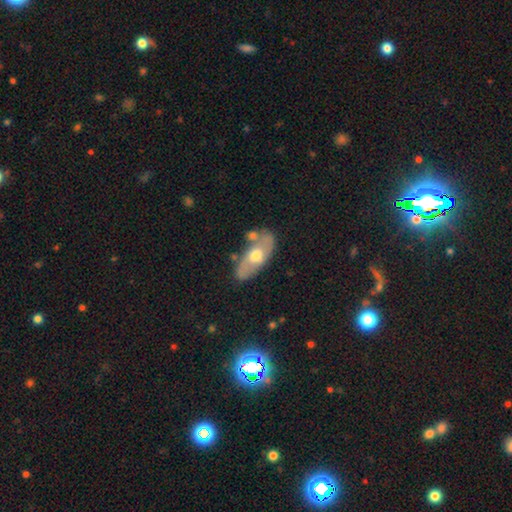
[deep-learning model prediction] A featured or disk galaxy (48%).

Vote fractions:
- Smooth or featured? featured or disk: 48% / smooth: 47% / star or artifact: 6%
- Merging? none: 64% / minor disturbance: 18% / merger: 13% / major disturbance: 5%